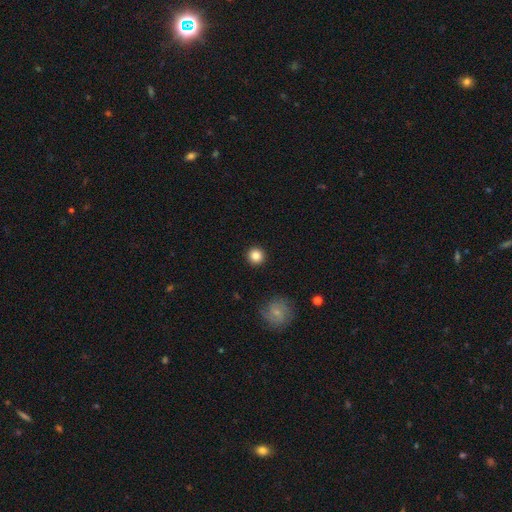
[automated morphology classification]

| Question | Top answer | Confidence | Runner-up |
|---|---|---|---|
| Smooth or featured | smooth | 86% | star or artifact (10%) |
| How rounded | round | 95% | in between (4%) |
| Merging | none | 92% | minor disturbance (5%) |